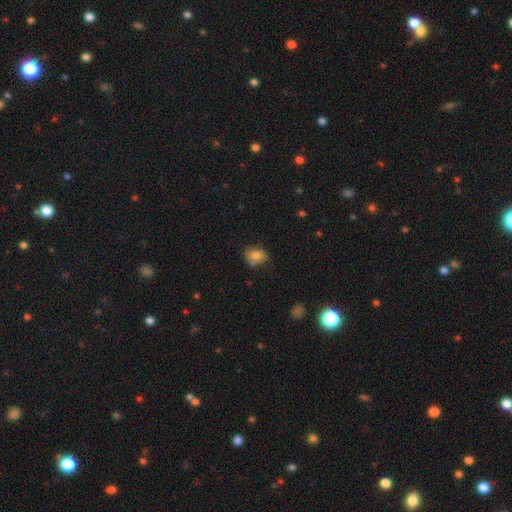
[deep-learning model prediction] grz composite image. It shows a smooth galaxy with no disk features (78%) that is in between round and cigar-shaped (59%). Merging: none (68%).